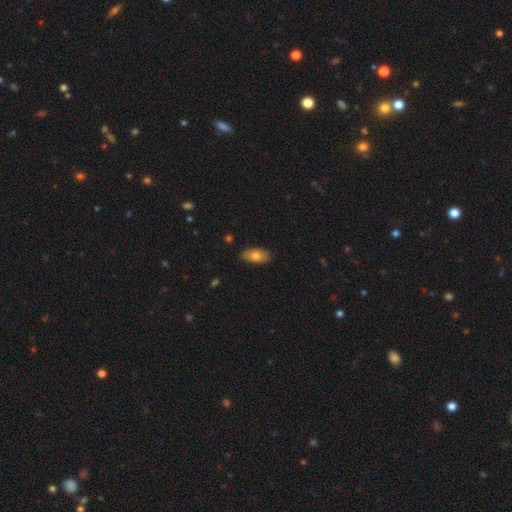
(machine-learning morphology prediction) smooth-or-featured: smooth: 75% | featured or disk: 18% | star or artifact: 7%
  how-rounded: in between: 91% | cigar-shaped: 5% | round: 3%
  merging: none: 83% | minor disturbance: 14% | major disturbance: 2% | merger: 1%